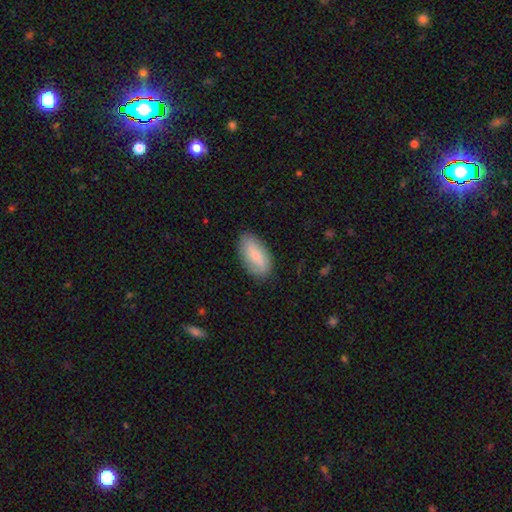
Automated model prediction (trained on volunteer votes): Smooth or featured? smooth (67%)
How rounded? in between (91%)
Merging? none (83%)